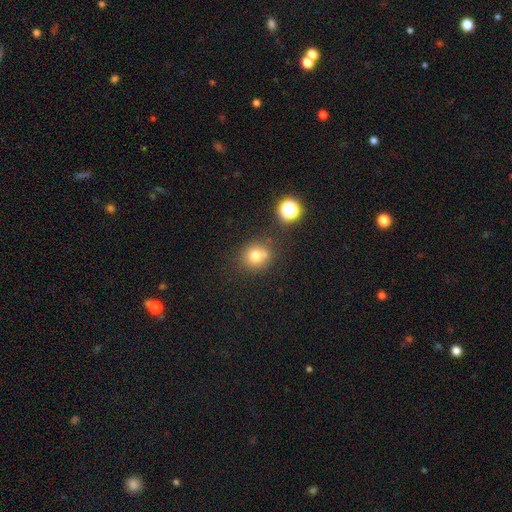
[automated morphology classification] Smooth or featured: smooth — 74% (star or artifact — 15%)
How rounded: round — 84% (in between — 15%)
Merging: none — 64% (merger — 18%)